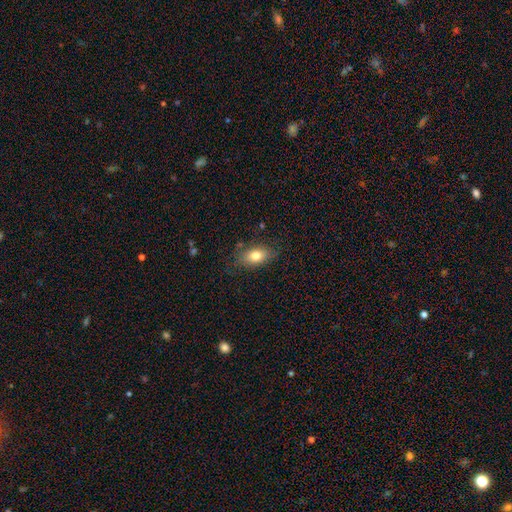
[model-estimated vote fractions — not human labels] smooth-or-featured: smooth: 77% | featured or disk: 14% | star or artifact: 9%
  how-rounded: in between: 86% | round: 10% | cigar-shaped: 4%
  merging: none: 77% | minor disturbance: 17% | major disturbance: 5% | merger: 2%